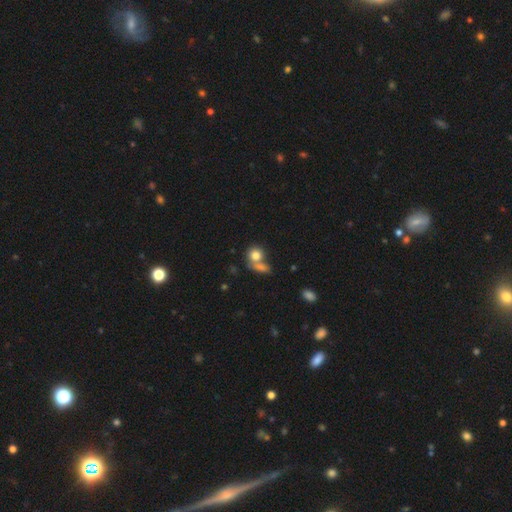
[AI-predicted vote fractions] Smooth or featured: smooth — 80% (featured or disk — 11%)
How rounded: round — 74% (in between — 24%)
Merging: merger — 44% (none — 41%)